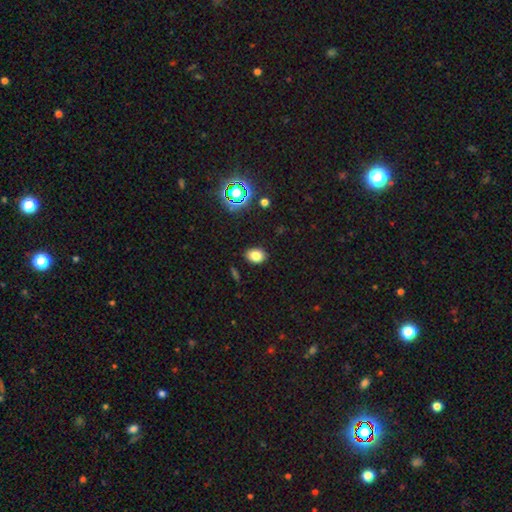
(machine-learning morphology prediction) type=smooth (78%); roundness=in between (65%); merging=none (88%).